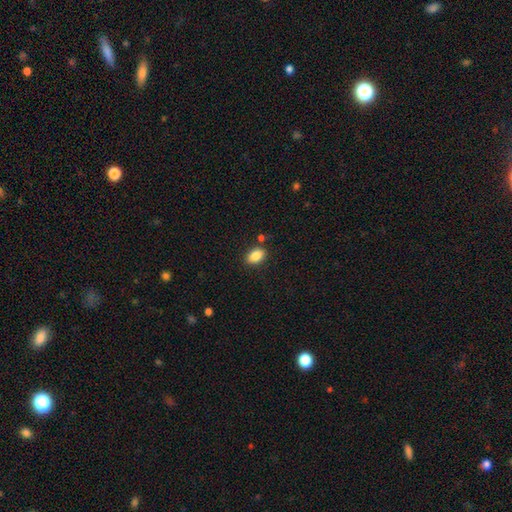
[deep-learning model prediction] smooth-or-featured: smooth: 87% | star or artifact: 8% | featured or disk: 5%
  how-rounded: in between: 86% | round: 13% | cigar-shaped: 2%
  merging: none: 82% | minor disturbance: 11% | merger: 5% | major disturbance: 3%